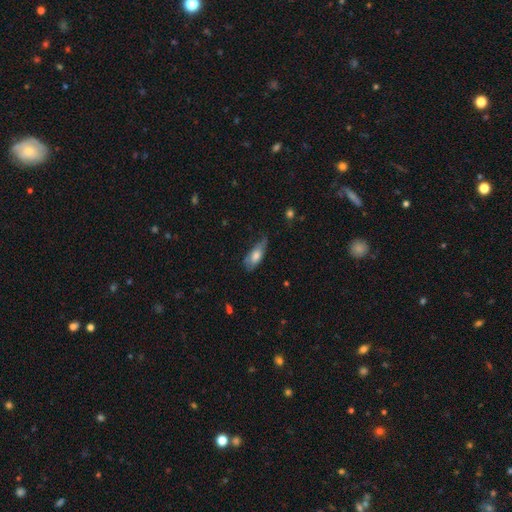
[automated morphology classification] This is likely a smooth galaxy (67%). How rounded: likely in between (77%). Merging: marginally none (42%).